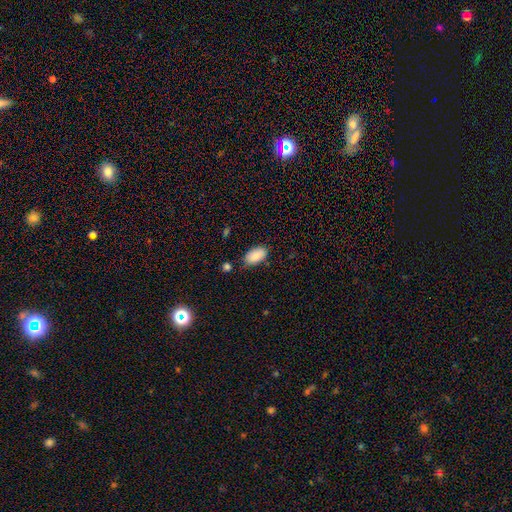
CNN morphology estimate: Overall: smooth (87%). How rounded: in between (94%). Merging: none (73%).